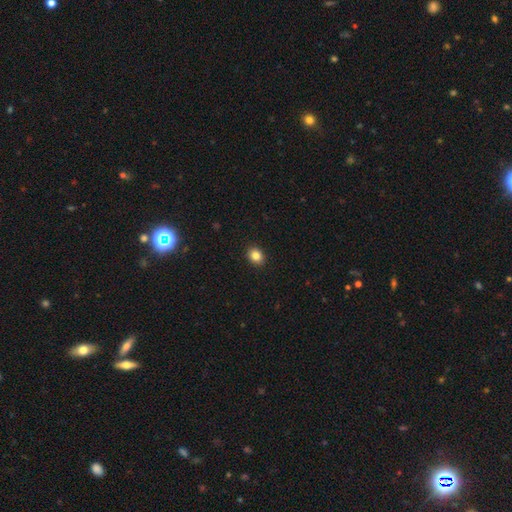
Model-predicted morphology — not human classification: Smooth or featured? Predicted: smooth (p=0.85). How rounded? Predicted: round (p=0.54). Merging? Predicted: none (p=0.92).